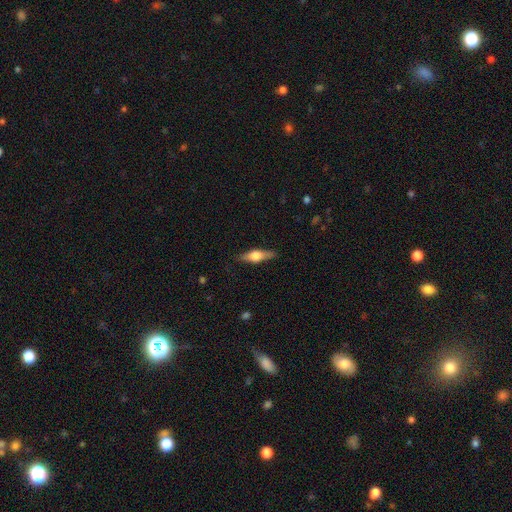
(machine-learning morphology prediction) This appears to be a featured or disk galaxy (52%) viewed edge-on (94%). Merging: none (85%).